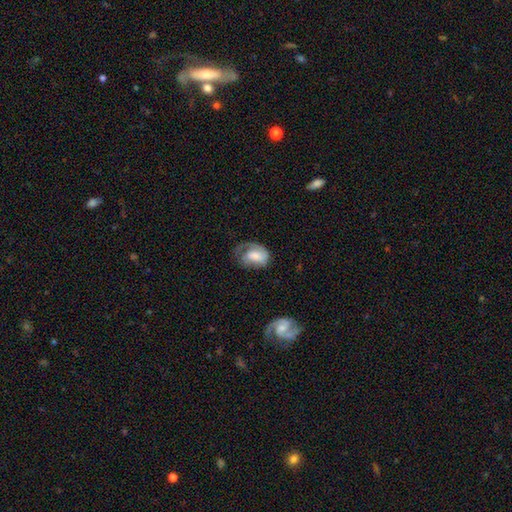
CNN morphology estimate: This is possibly a featured or disk galaxy (48%). Merging: marginally none (38%).